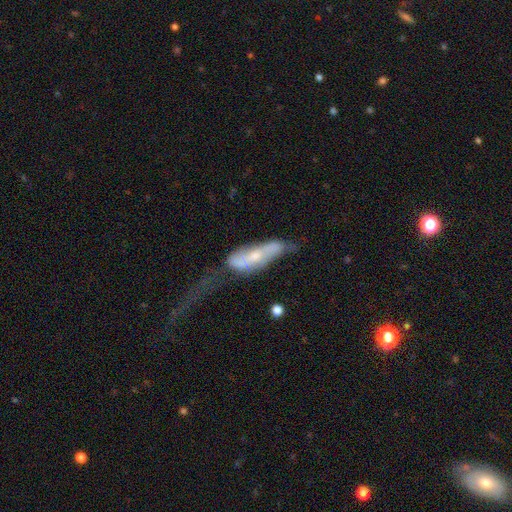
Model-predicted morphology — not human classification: Smooth or featured?
  - featured or disk: 58% *
  - smooth: 36%
  - star or artifact: 7%
Edge-on disk?
  - no: 72% *
  - yes: 28%
Merging?
  - major disturbance: 44% *
  - minor disturbance: 25%
  - none: 24%
  - merger: 7%